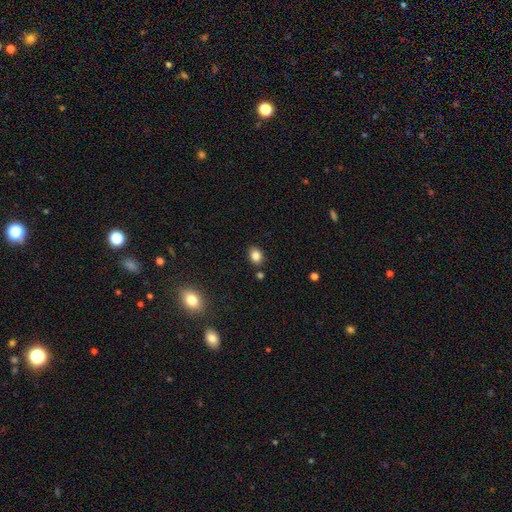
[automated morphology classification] smooth_or_featured: smooth (p=0.84) [alt: star or artifact p=0.11]
how_rounded: in between (p=0.53) [alt: round p=0.46]
merging: none (p=0.83) [alt: minor disturbance p=0.10]